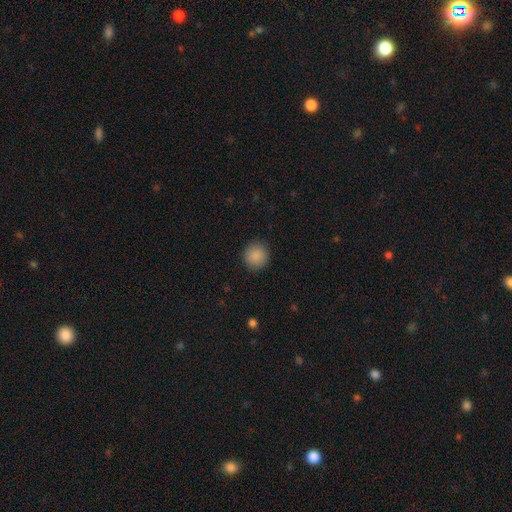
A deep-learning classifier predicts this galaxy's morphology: type=smooth (89%); roundness=round (92%); merging=none (90%).